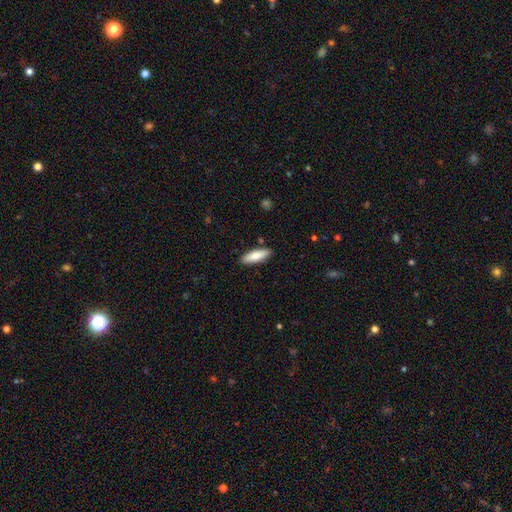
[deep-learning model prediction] This appears to be a smooth galaxy with no disk features (76%) that is in between round and cigar-shaped (53%). Merging: none (88%).